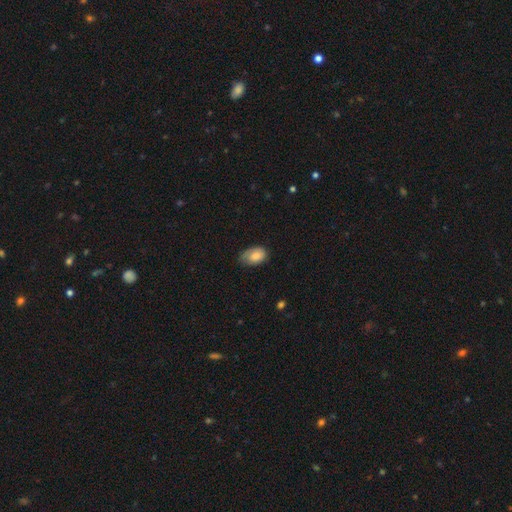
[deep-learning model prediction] smooth_or_featured: smooth (p=0.76) [alt: featured or disk p=0.17]
how_rounded: in between (p=0.88) [alt: round p=0.11]
merging: none (p=0.56) [alt: minor disturbance p=0.33]